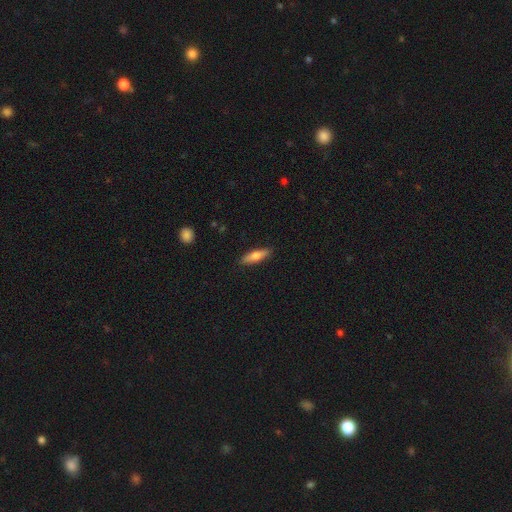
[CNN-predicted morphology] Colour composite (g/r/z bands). It shows a smooth galaxy with no disk features (70%) that is cigar-shaped (61%). Merging: none (88%).